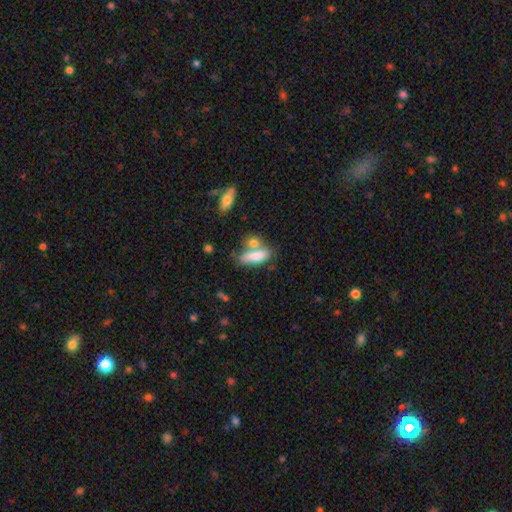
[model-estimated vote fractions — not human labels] This appears to be a smooth galaxy with no disk features (77%) that is in between round and cigar-shaped (58%). Merging: none (44%).